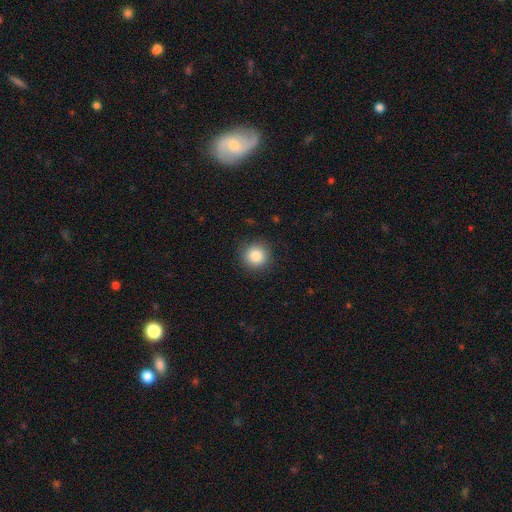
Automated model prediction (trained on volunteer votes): Smooth or featured: smooth — 86% (star or artifact — 9%)
How rounded: round — 94% (in between — 5%)
Merging: none — 90% (minor disturbance — 7%)